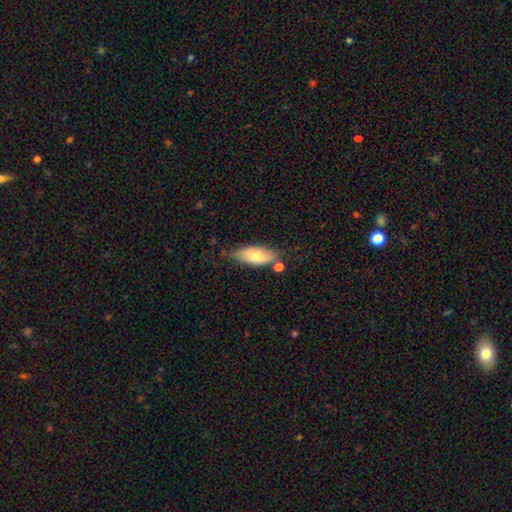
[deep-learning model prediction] A smooth galaxy with no disk features (74%) that is in between round and cigar-shaped (83%).

Vote fractions:
- Smooth or featured? smooth: 74% / featured or disk: 20% / star or artifact: 6%
- How rounded? in between: 83% / cigar-shaped: 15% / round: 2%
- Merging? none: 66% / minor disturbance: 21% / merger: 9% / major disturbance: 5%